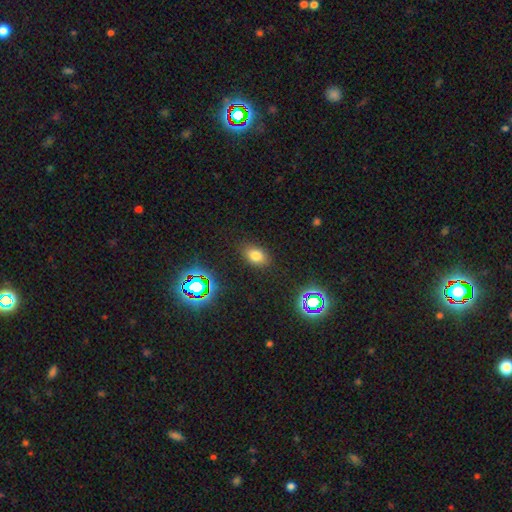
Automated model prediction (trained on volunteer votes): smooth_or_featured: smooth (p=0.74) [alt: star or artifact p=0.17]
how_rounded: in between (p=0.81) [alt: round p=0.18]
merging: none (p=0.85) [alt: minor disturbance p=0.10]